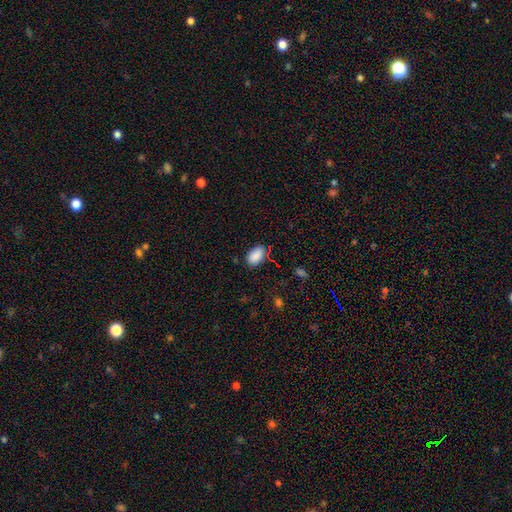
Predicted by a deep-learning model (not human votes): Smooth or featured? Predicted: smooth (p=0.89). How rounded? Predicted: in between (p=0.92). Merging? Predicted: none (p=0.80).